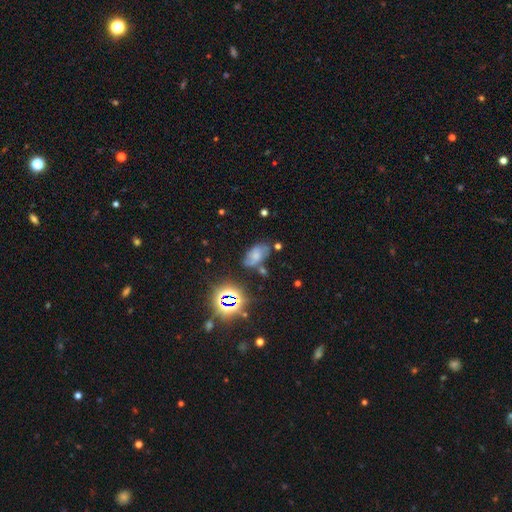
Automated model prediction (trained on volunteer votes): smooth-or-featured: smooth: 47% | featured or disk: 32% | star or artifact: 22%
  merging: none: 56% | minor disturbance: 24% | merger: 11% | major disturbance: 10%